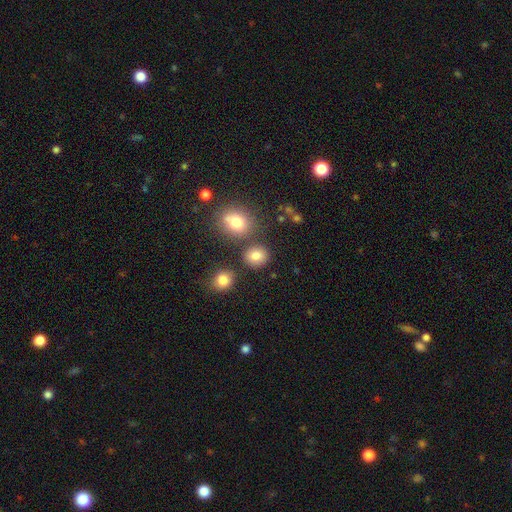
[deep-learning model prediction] A smooth galaxy with no disk features (81%) that is round (73%).

Vote fractions:
- Smooth or featured? smooth: 81% / star or artifact: 12% / featured or disk: 7%
- How rounded? round: 73% / in between: 26% / cigar-shaped: 1%
- Merging? none: 78% / minor disturbance: 10% / merger: 9% / major disturbance: 3%